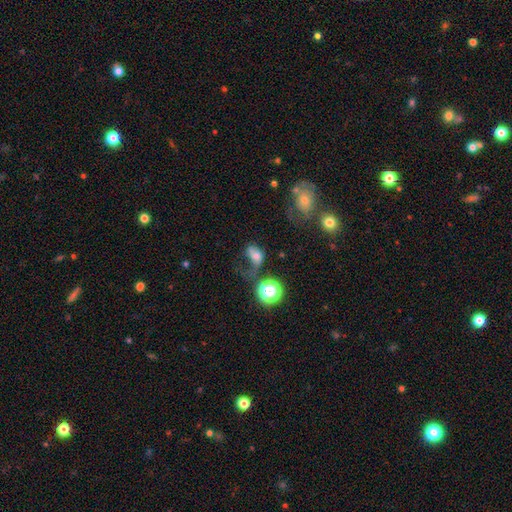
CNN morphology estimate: smooth_or_featured: smooth (p=0.55) [alt: featured or disk p=0.27]
how_rounded: in between (p=0.64) [alt: round p=0.33]
merging: major disturbance (p=0.46) [alt: none p=0.21]